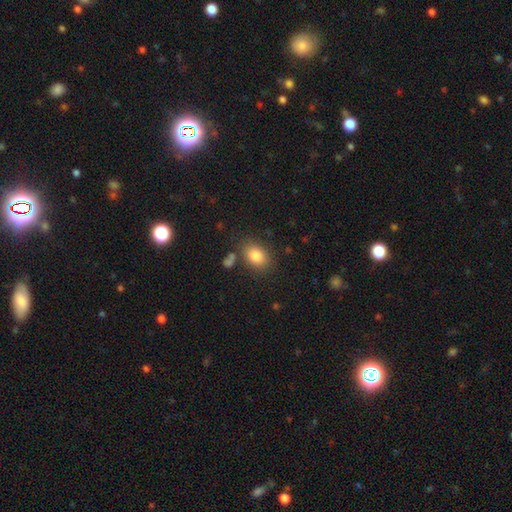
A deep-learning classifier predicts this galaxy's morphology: smooth_or_featured: smooth (p=0.84) [alt: star or artifact p=0.09]
how_rounded: in between (p=0.76) [alt: round p=0.23]
merging: none (p=0.78) [alt: minor disturbance p=0.13]